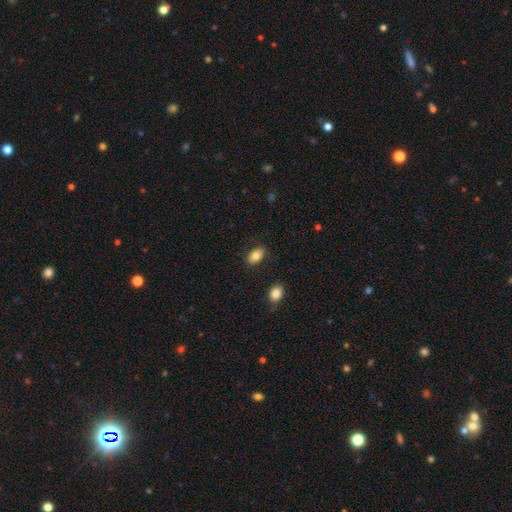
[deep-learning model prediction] Q: Smooth or featured?
A: smooth (82%); runner-up: featured or disk (11%)
Q: How rounded?
A: in between (91%); runner-up: round (8%)
Q: Merging?
A: none (86%); runner-up: minor disturbance (10%)